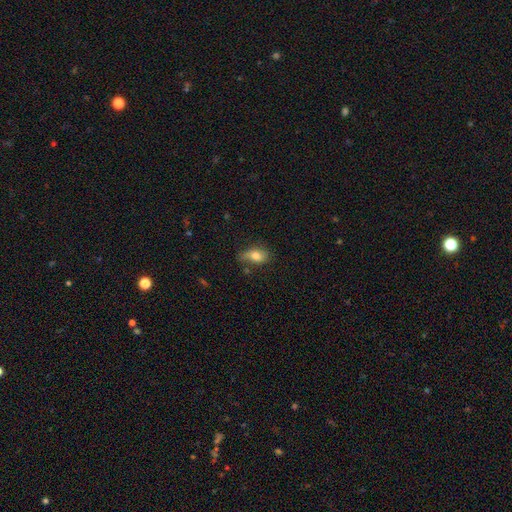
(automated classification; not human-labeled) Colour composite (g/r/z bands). It shows a smooth galaxy with no disk features (77%) that is in between round and cigar-shaped (84%). Merging: none (53%).